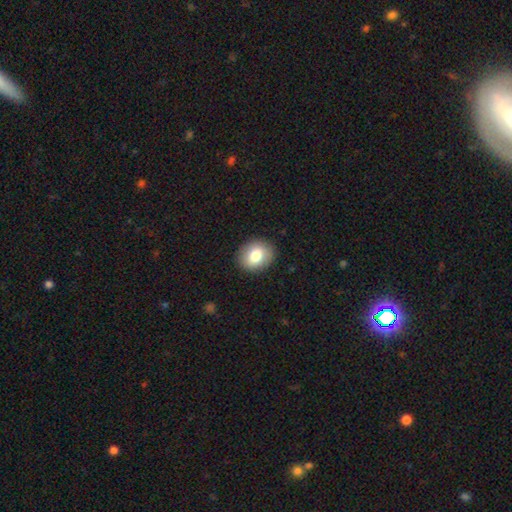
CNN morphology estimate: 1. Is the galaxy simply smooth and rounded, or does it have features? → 80% smooth, 12% featured or disk, 8% star or artifact.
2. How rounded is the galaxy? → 55% round, 44% in between, 1% cigar-shaped.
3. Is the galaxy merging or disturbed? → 89% none, 8% minor disturbance, 2% major disturbance, 1% merger.